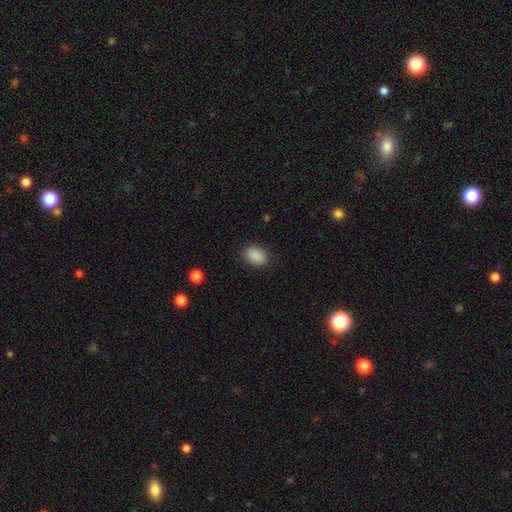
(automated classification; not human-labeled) A smooth galaxy with no disk features (89%) that is in between round and cigar-shaped (83%). Merging: none (87%).